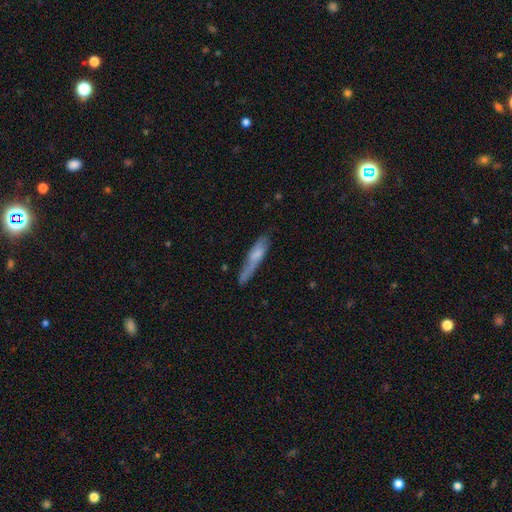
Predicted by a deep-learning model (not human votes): Overall: smooth (57%; featured or disk 36%). How rounded: cigar-shaped (83%). Merging: none (56%; minor disturbance 27%).